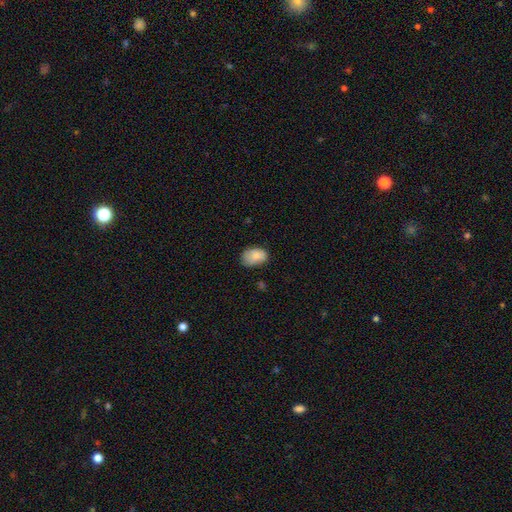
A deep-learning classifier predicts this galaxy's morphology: Smooth or featured? smooth (83%)
How rounded? in between (83%)
Merging? none (70%)